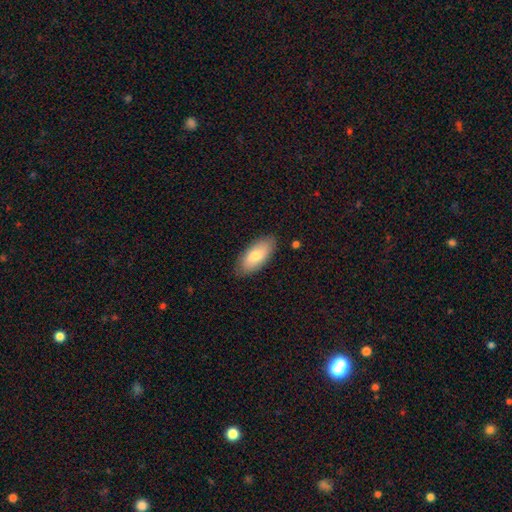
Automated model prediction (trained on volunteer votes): This is likely a smooth galaxy (78%). How rounded: clearly in between (89%). Merging: clearly none (83%).